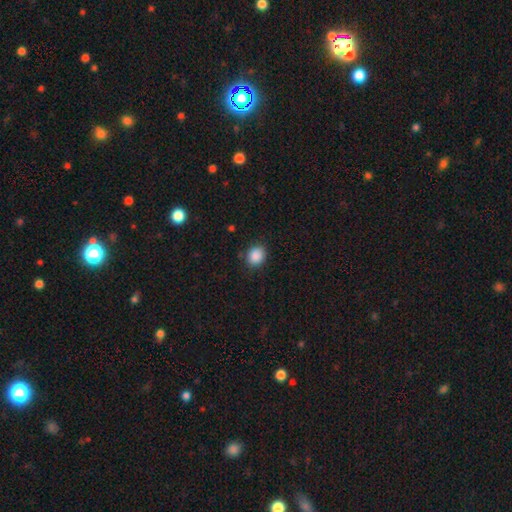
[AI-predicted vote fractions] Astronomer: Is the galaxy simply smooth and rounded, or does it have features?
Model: smooth — 88%.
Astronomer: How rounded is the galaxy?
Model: round — 62% (runner-up: in between, 37%).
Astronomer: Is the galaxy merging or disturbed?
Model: none — 84%.